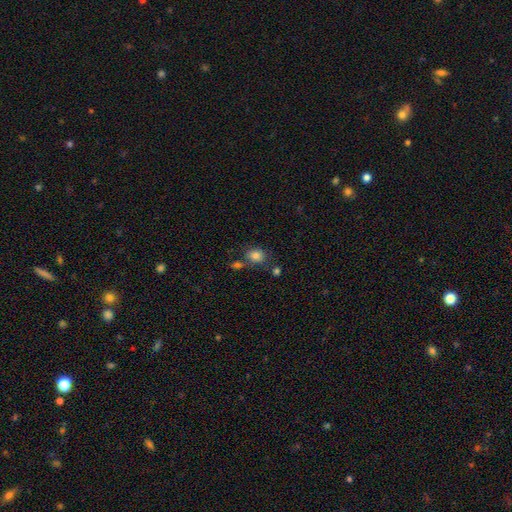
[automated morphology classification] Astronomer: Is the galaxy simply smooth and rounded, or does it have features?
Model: smooth — 81%.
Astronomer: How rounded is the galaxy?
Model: round — 54% (runner-up: in between, 44%).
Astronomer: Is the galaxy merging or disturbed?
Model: none — 62%.